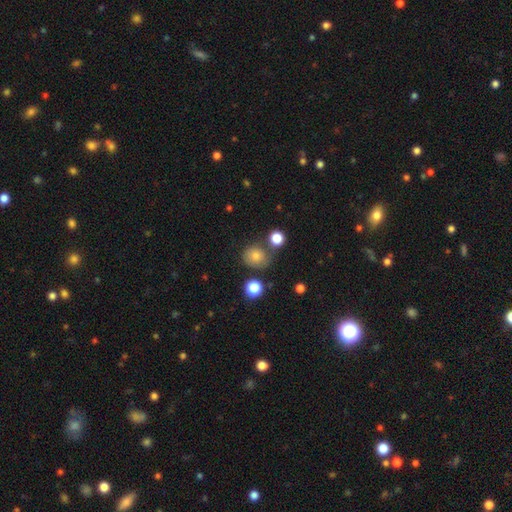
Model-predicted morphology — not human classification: Overall: smooth (76%). How rounded: round (76%). Merging: none (66%).